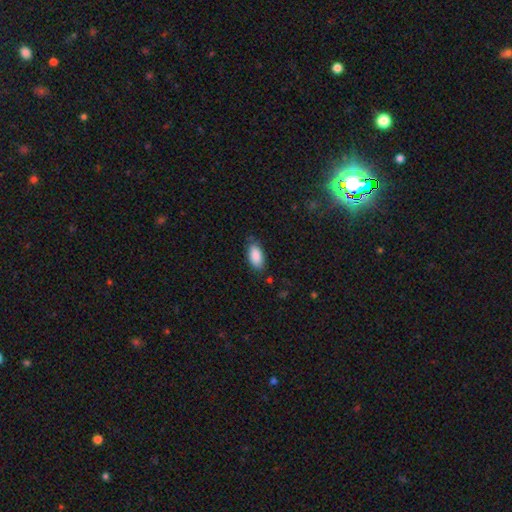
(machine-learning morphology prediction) type=smooth (89%); roundness=in between (92%); merging=none (76%).